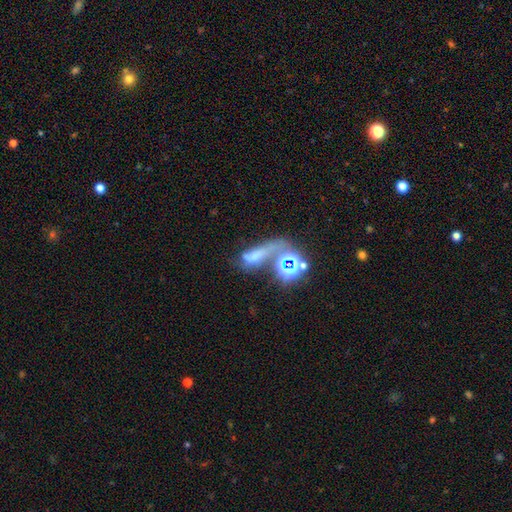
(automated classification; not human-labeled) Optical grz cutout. It shows a smooth galaxy with no disk features (37%). Merging: merger (31%).